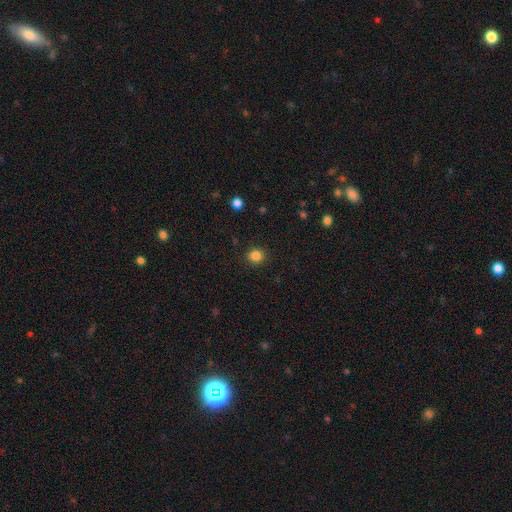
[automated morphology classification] smooth-or-featured: smooth: 84% | star or artifact: 12% | featured or disk: 4%
  how-rounded: round: 86% | in between: 13% | cigar-shaped: 1%
  merging: none: 90% | minor disturbance: 6% | major disturbance: 2% | merger: 1%